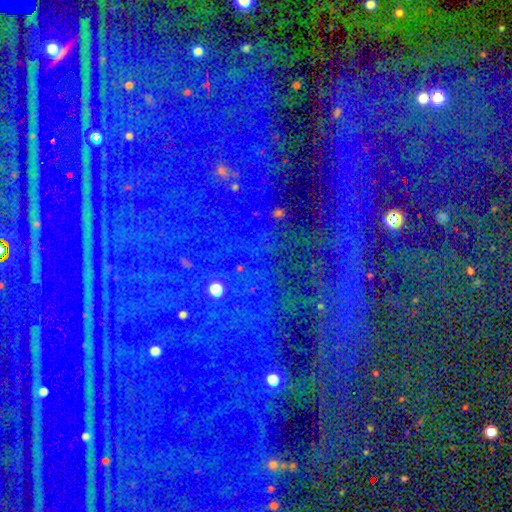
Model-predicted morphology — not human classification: This appears to be a star or artifact, not a galaxy (86%).